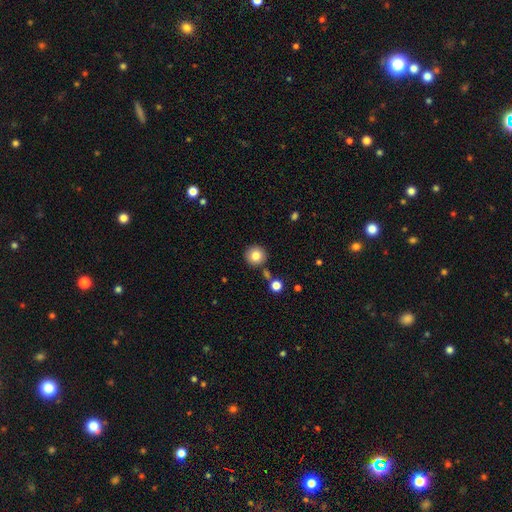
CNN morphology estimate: A smooth galaxy with no disk features (82%) that is round (94%).

Vote fractions:
- Smooth or featured? smooth: 82% / star or artifact: 10% / featured or disk: 8%
- How rounded? round: 94% / in between: 5% / cigar-shaped: 1%
- Merging? none: 85% / minor disturbance: 7% / merger: 5% / major disturbance: 2%